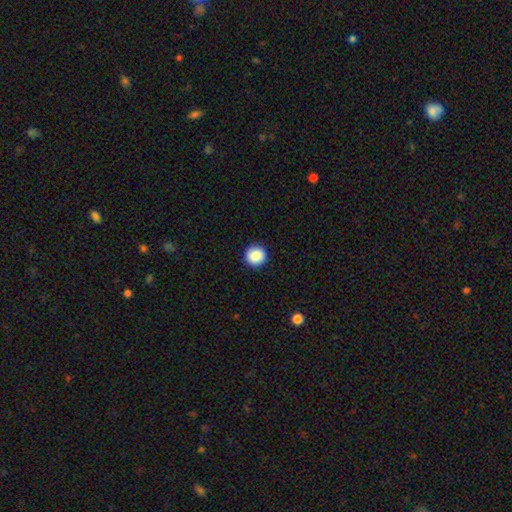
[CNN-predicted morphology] smooth 88%, star or artifact 8%, featured or disk 4%. Down the decision tree: how rounded — round (95%); merging — none (92%).